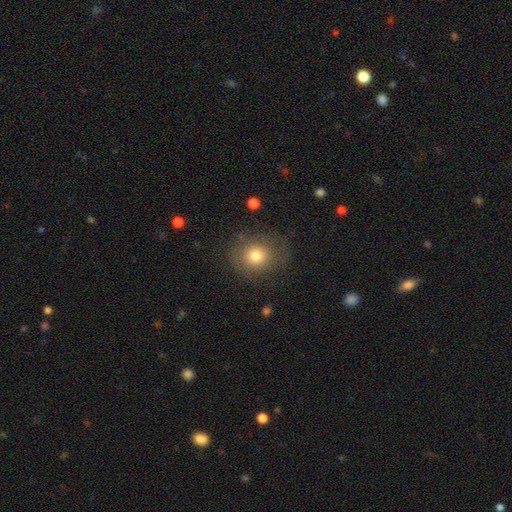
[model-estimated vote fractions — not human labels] Overall: smooth (77%). How rounded: round (73%). Merging: none (79%).